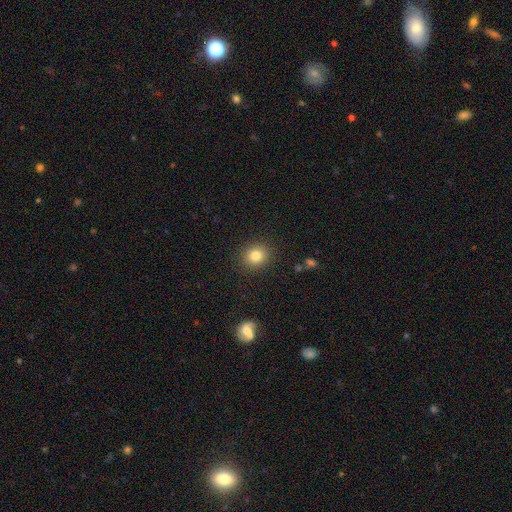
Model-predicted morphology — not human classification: smooth-or-featured: smooth: 82% | star or artifact: 11% | featured or disk: 7%
  how-rounded: round: 79% | in between: 20% | cigar-shaped: 1%
  merging: none: 90% | minor disturbance: 7% | major disturbance: 2% | merger: 1%